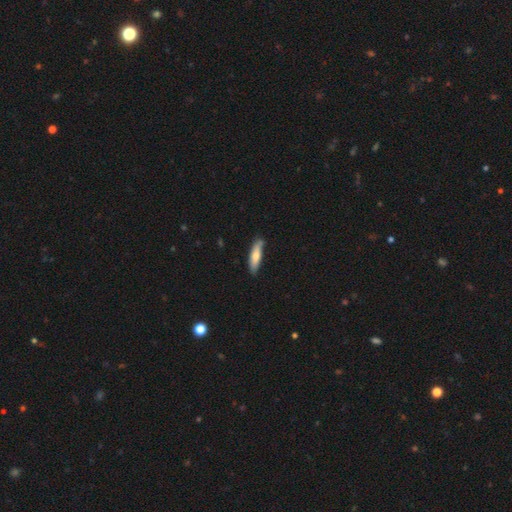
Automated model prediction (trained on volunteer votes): smooth_or_featured: smooth (p=0.67) [alt: featured or disk p=0.27]
how_rounded: cigar-shaped (p=0.72) [alt: in between p=0.26]
merging: none (p=0.76) [alt: minor disturbance p=0.19]